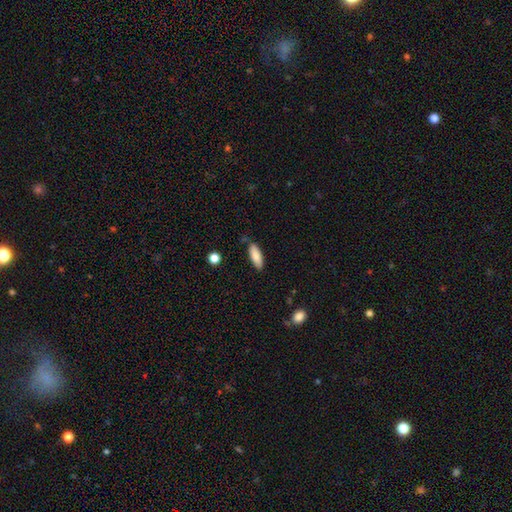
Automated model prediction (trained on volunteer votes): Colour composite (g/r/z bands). It shows a smooth galaxy with no disk features (87%) that is in between round and cigar-shaped (64%). Merging: none (81%).